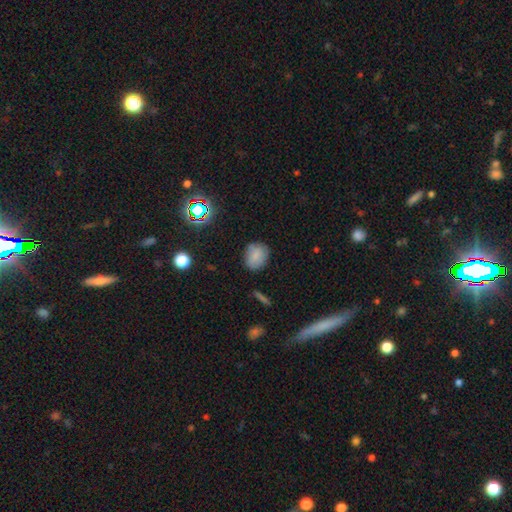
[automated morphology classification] Smooth or featured?
  - smooth: 78% *
  - star or artifact: 11%
  - featured or disk: 11%
How rounded?
  - round: 55% *
  - in between: 44%
  - cigar-shaped: 1%
Merging?
  - none: 79% *
  - minor disturbance: 16%
  - major disturbance: 4%
  - merger: 2%